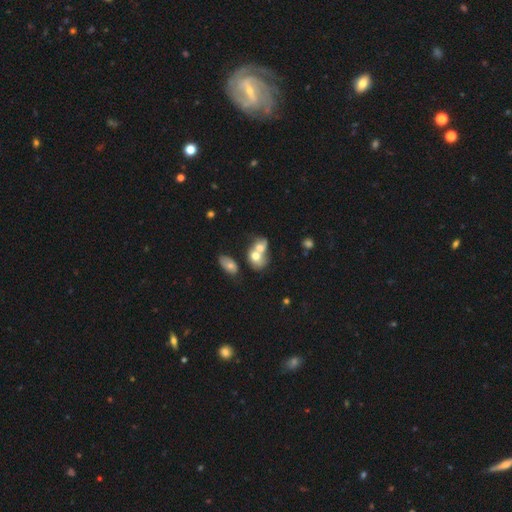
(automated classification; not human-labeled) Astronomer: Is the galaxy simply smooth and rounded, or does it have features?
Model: smooth — 58%.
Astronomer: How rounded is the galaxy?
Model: in between — 64%.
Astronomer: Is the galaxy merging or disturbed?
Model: merger — 76%.